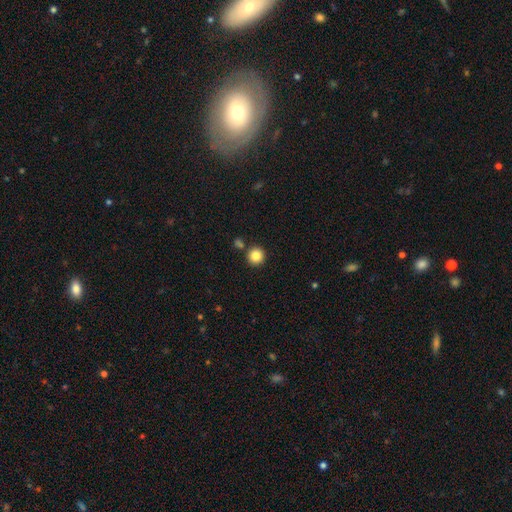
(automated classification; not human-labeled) Smooth or featured? smooth (85%)
How rounded? round (94%)
Merging? none (84%)